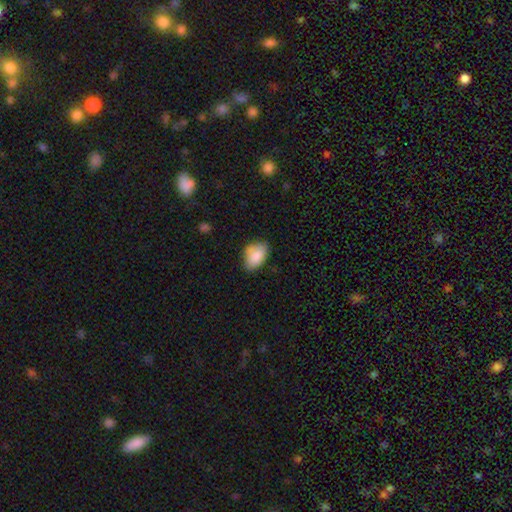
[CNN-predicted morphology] Smooth or featured?
  - smooth: 85% *
  - featured or disk: 8%
  - star or artifact: 7%
How rounded?
  - in between: 89% *
  - round: 10%
  - cigar-shaped: 1%
Merging?
  - none: 65% *
  - minor disturbance: 27%
  - major disturbance: 5%
  - merger: 4%